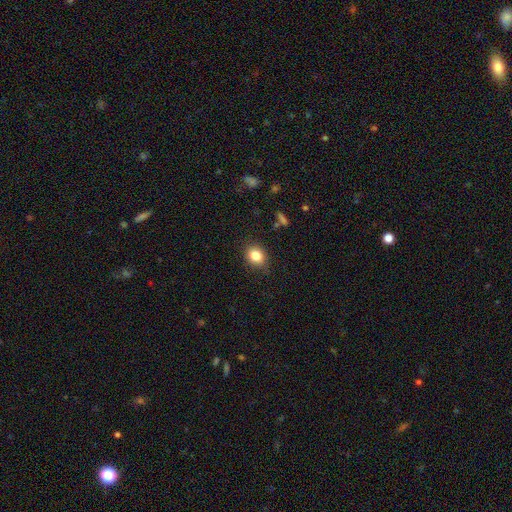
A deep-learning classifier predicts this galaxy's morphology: This appears to be a smooth galaxy with no disk features (83%) that is round (50%). Merging: none (84%).